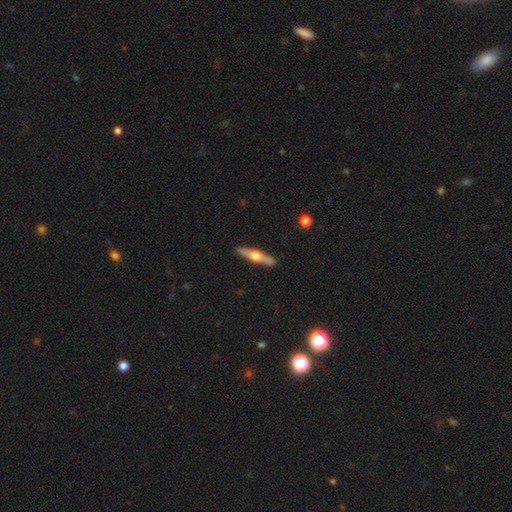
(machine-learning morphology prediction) Overall: featured or disk (63%; smooth 32%). Edge-on disk: yes (95%). Edge-on bulge: rounded (94%). Merging: none (89%).